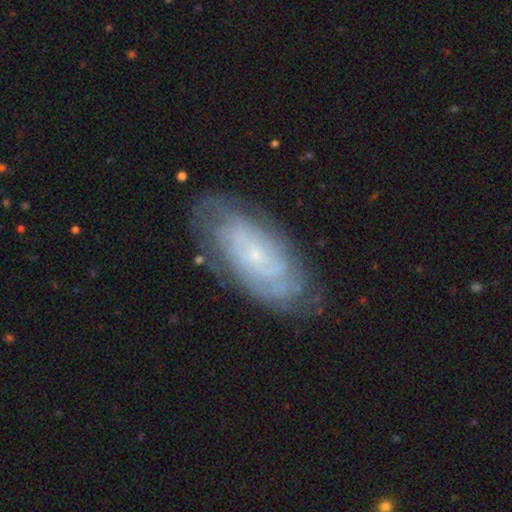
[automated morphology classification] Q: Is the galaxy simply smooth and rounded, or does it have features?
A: featured or disk — 77%.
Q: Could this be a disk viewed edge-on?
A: no — 93%.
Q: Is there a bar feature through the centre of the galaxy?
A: no — 76%.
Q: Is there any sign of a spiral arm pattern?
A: yes — 90%.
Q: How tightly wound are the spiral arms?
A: tight — 74%.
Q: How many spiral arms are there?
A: can't tell — 53%.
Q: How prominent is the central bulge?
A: small — 83%.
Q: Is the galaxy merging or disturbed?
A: none — 76%.